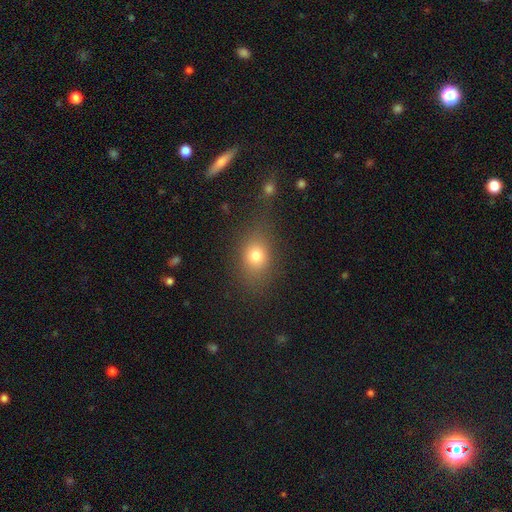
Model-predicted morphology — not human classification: This is likely a smooth galaxy (75%). How rounded: possibly in between (54%). Merging: likely none (68%).